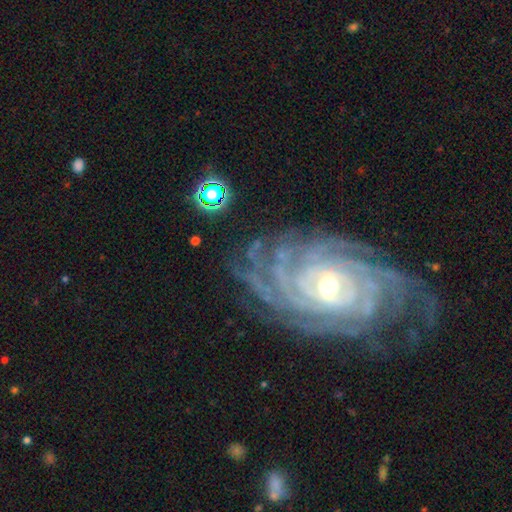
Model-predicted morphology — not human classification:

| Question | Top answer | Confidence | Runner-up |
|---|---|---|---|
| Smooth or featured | featured or disk | 89% | star or artifact (6%) |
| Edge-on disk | no | 96% | yes (4%) |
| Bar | no | 47% | weak (32%) |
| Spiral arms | yes | 98% | no (2%) |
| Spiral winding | tight | 83% | medium (14%) |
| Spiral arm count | more than 4 | 34% | can't tell (20%) |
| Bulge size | moderate | 57% | small (38%) |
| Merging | none | 75% | minor disturbance (16%) |